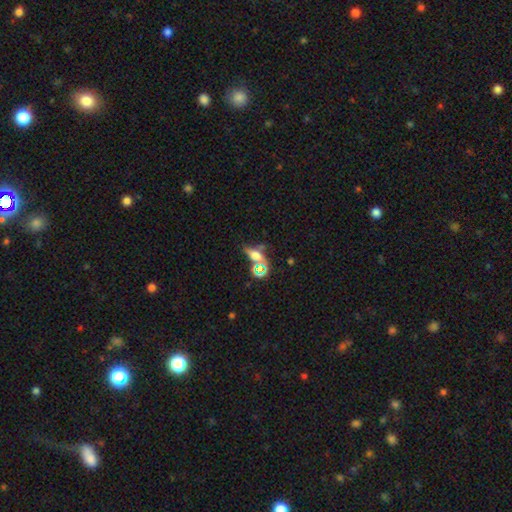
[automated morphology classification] Overall: smooth (47%; featured or disk 27%). Merging: none (43%; merger 26%).